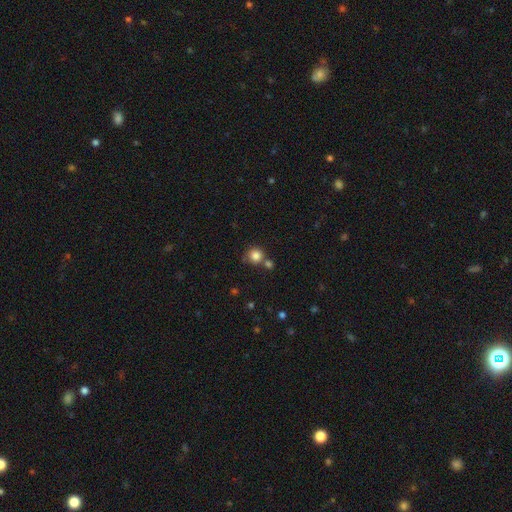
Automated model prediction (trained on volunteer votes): Smooth or featured: smooth — 84% (star or artifact — 11%)
How rounded: round — 91% (in between — 8%)
Merging: none — 66% (merger — 20%)